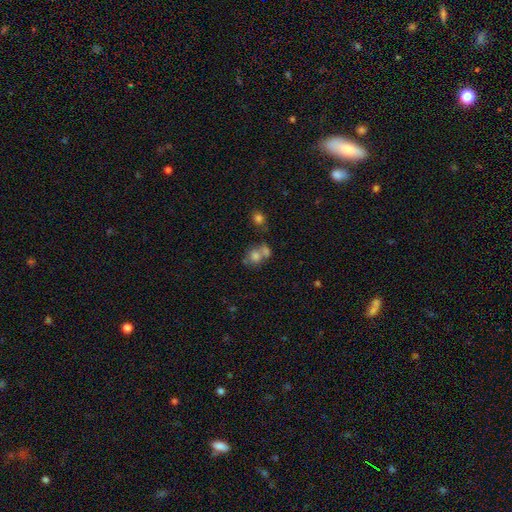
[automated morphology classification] A smooth galaxy with no disk features (70%) that is round (56%). Merging: merger (47%).